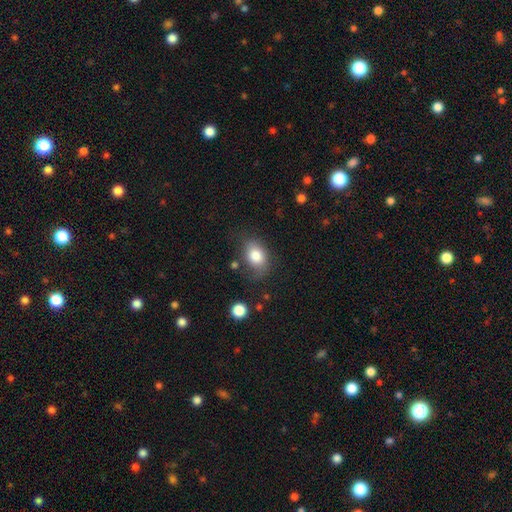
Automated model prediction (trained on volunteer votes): A smooth galaxy with no disk features (81%) that is in between round and cigar-shaped (70%). Merging: none (57%).